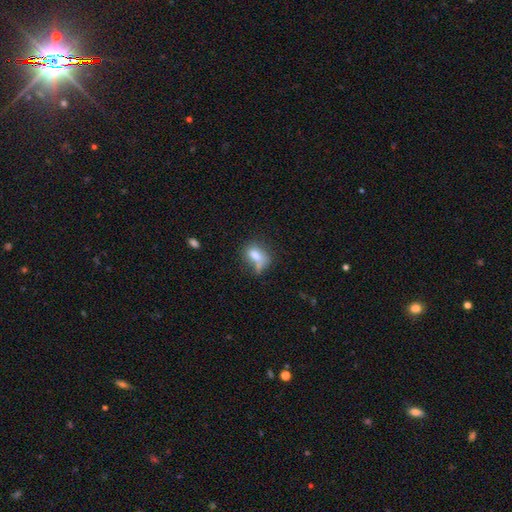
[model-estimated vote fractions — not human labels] Smooth or featured? Predicted: smooth (p=0.71). How rounded? Predicted: in between (p=0.76). Merging? Predicted: none (p=0.35).